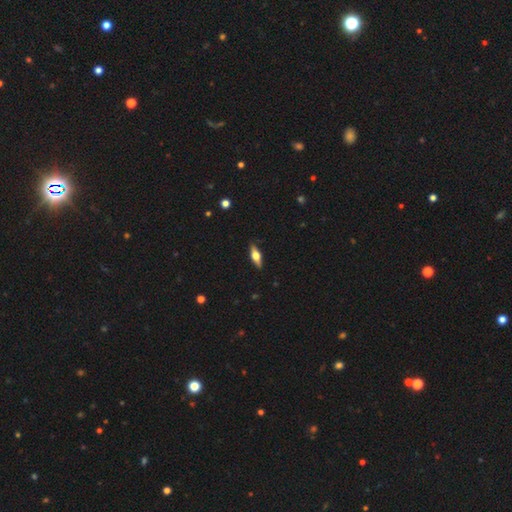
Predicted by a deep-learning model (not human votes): Smooth or featured? featured or disk (53%)
Edge-on disk? yes (92%)
Merging? none (88%)